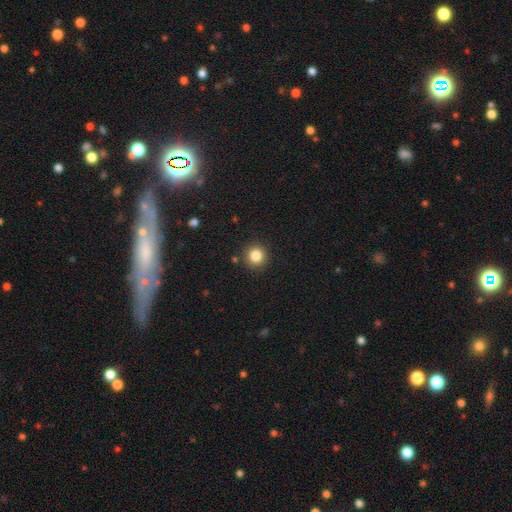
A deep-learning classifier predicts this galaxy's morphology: A smooth galaxy with no disk features (84%) that is round (94%).

Vote fractions:
- Smooth or featured? smooth: 84% / star or artifact: 11% / featured or disk: 5%
- How rounded? round: 94% / in between: 5% / cigar-shaped: 1%
- Merging? none: 90% / minor disturbance: 6% / major disturbance: 2% / merger: 2%